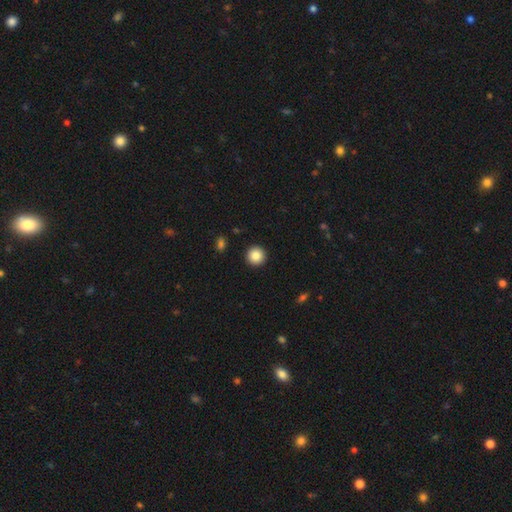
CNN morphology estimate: The model was most divided on "smooth or featured": smooth: 86%, star or artifact: 9%, featured or disk: 5%. More confident: how rounded — round (96%); merging — none (93%).